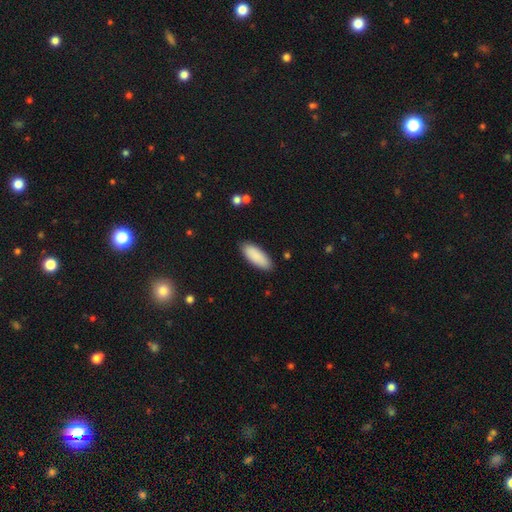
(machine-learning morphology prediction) Smooth or featured?
  - smooth: 89% *
  - star or artifact: 6%
  - featured or disk: 5%
How rounded?
  - in between: 76% *
  - cigar-shaped: 22%
  - round: 2%
Merging?
  - none: 88% *
  - minor disturbance: 9%
  - major disturbance: 2%
  - merger: 1%